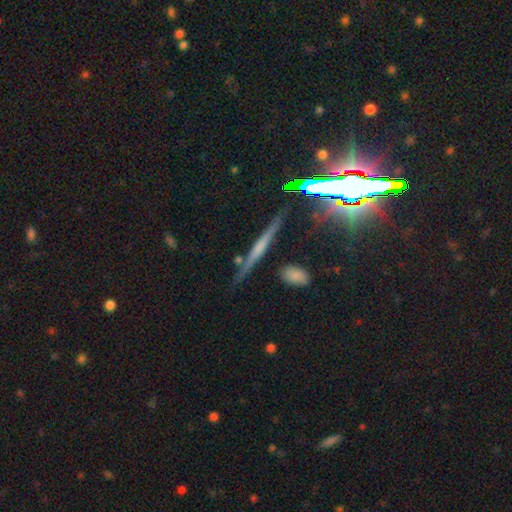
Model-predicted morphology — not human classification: Overall: featured or disk (58%; smooth 26%). Edge-on disk: yes (94%). Edge-on bulge: none (48%; rounded 32%). Merging: none (81%).